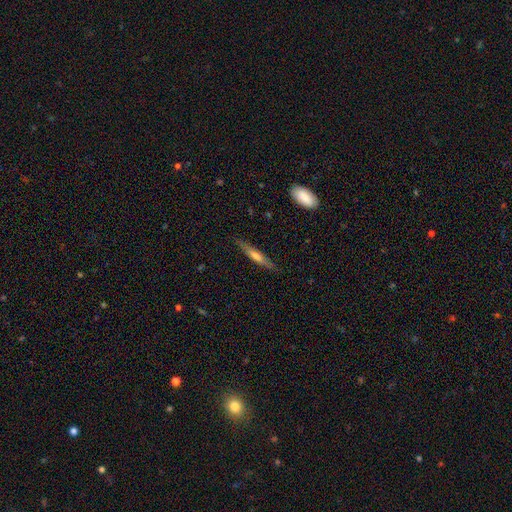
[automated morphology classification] This is possibly a featured or disk galaxy (53%). It is clearly viewed edge-on (94%). Merging: clearly none (86%).